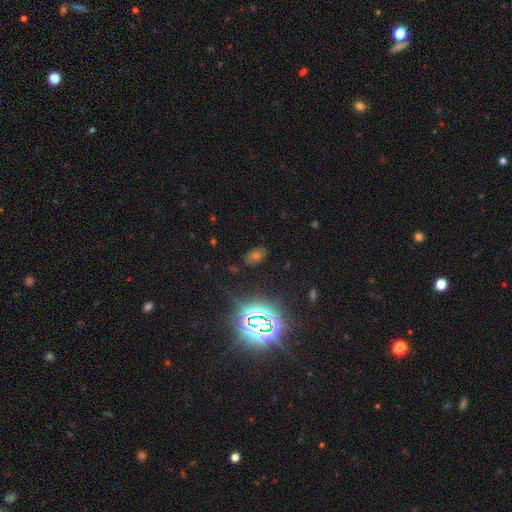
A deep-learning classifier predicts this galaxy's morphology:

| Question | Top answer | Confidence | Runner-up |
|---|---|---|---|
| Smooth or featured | star or artifact | 56% | smooth (30%) |